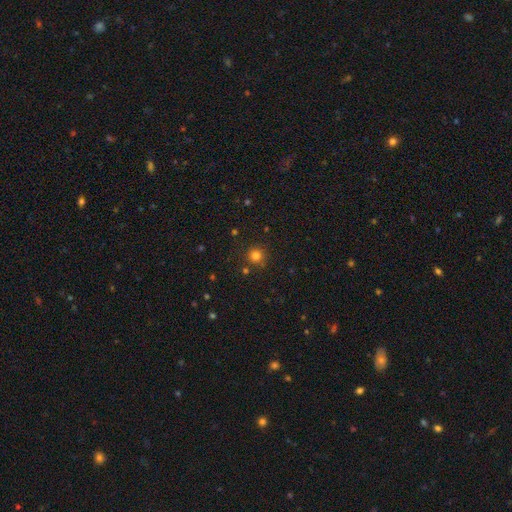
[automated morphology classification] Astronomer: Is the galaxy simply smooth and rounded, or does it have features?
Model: smooth — 80%.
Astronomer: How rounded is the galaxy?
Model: round — 94%.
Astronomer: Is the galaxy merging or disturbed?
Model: none — 86%.